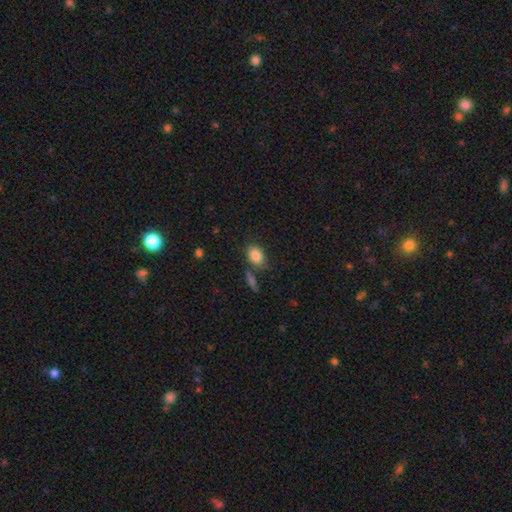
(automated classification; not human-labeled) A smooth galaxy with no disk features (85%) that is in between round and cigar-shaped (82%).

Vote fractions:
- Smooth or featured? smooth: 85% / star or artifact: 8% / featured or disk: 7%
- How rounded? in between: 82% / round: 16% / cigar-shaped: 2%
- Merging? none: 71% / minor disturbance: 15% / merger: 10% / major disturbance: 4%